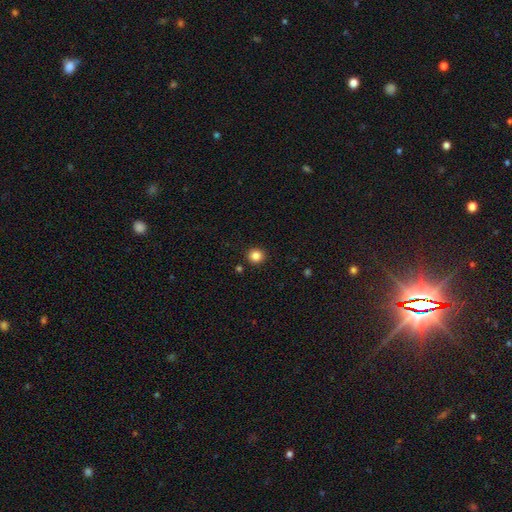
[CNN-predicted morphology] This is clearly a smooth galaxy (85%). How rounded: clearly round (92%). Merging: clearly none (91%).